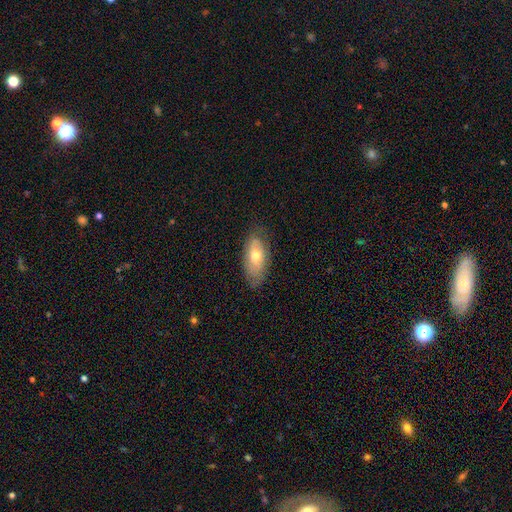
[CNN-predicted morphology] A smooth galaxy with no disk features (59%) that is in between round and cigar-shaped (86%).

Vote fractions:
- Smooth or featured? smooth: 59% / featured or disk: 34% / star or artifact: 7%
- How rounded? in between: 86% / cigar-shaped: 10% / round: 3%
- Merging? none: 75% / minor disturbance: 20% / major disturbance: 4% / merger: 1%